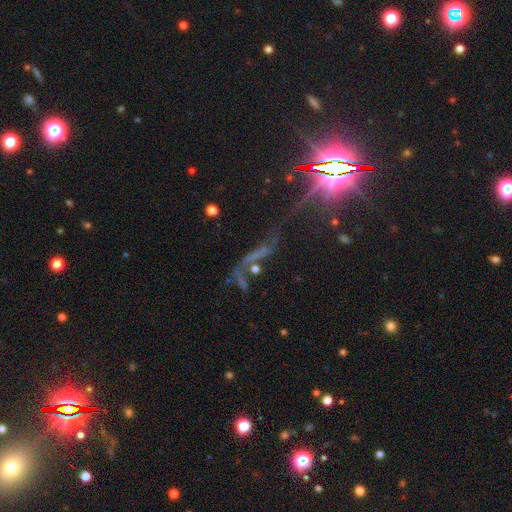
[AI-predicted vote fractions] smooth-or-featured: star or artifact: 42% | featured or disk: 41% | smooth: 16%